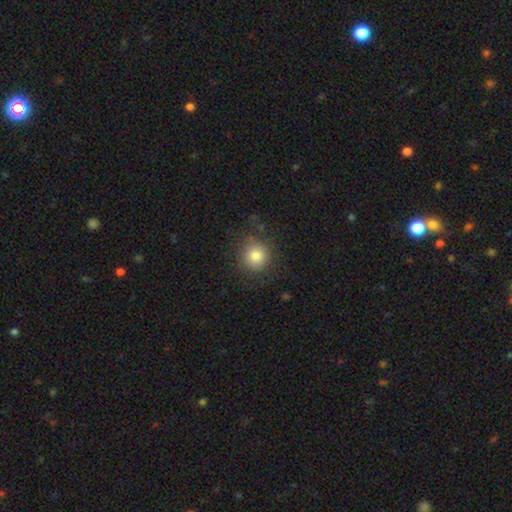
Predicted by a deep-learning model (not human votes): smooth_or_featured: smooth (p=0.82) [alt: star or artifact p=0.11]
how_rounded: round (p=0.91) [alt: in between p=0.08]
merging: none (p=0.81) [alt: minor disturbance p=0.13]